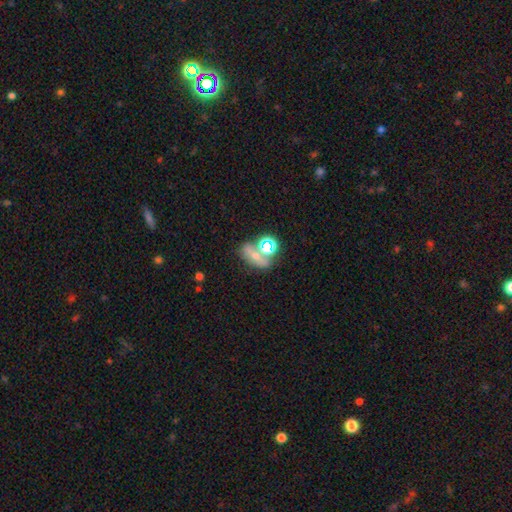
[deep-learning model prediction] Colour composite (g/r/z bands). It shows a smooth galaxy with no disk features (48%). Merging: none (45%).